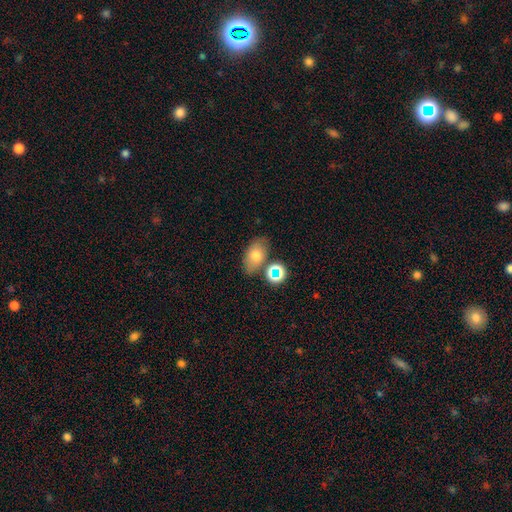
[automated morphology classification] This appears to be a smooth galaxy with no disk features (71%) that is in between round and cigar-shaped (85%). Merging: none (68%).